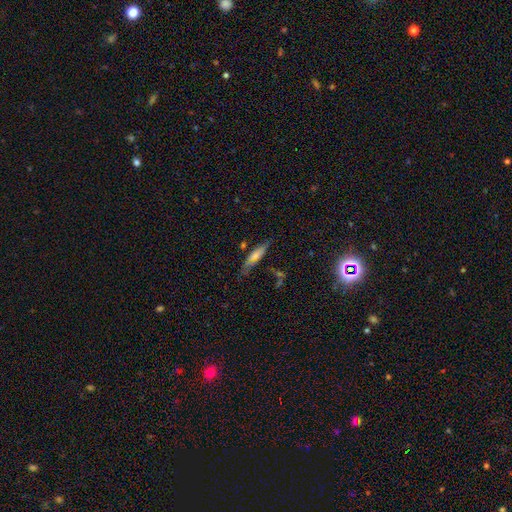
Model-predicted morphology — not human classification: Smooth or featured: smooth — 54% (featured or disk — 36%)
How rounded: cigar-shaped — 79% (in between — 19%)
Merging: none — 68% (minor disturbance — 21%)